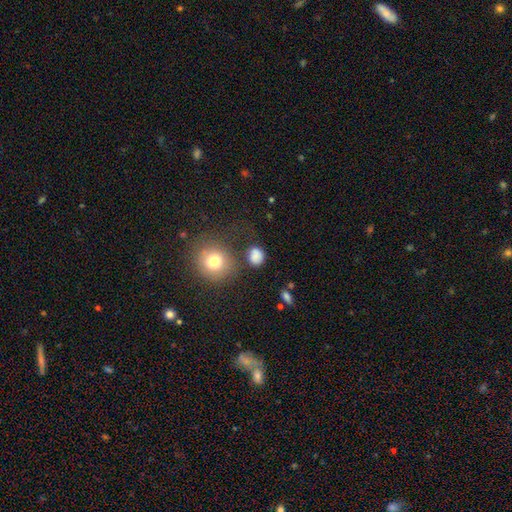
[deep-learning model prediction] Q: Smooth or featured?
A: smooth (81%); runner-up: star or artifact (12%)
Q: How rounded?
A: round (71%); runner-up: in between (28%)
Q: Merging?
A: none (67%); runner-up: minor disturbance (17%)